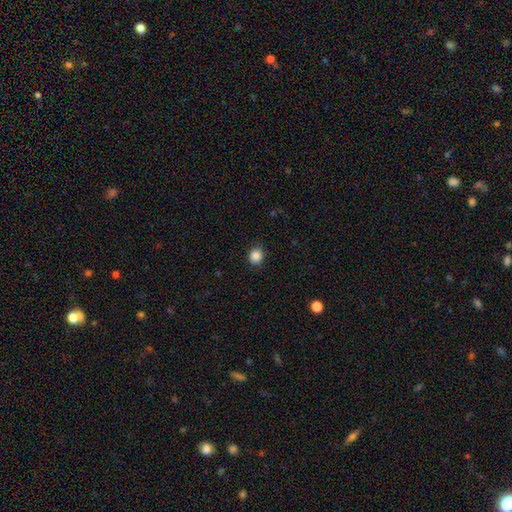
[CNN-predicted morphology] Smooth or featured?
  - smooth: 86% *
  - star or artifact: 10%
  - featured or disk: 3%
How rounded?
  - round: 82% *
  - in between: 17%
  - cigar-shaped: 1%
Merging?
  - none: 89% *
  - minor disturbance: 8%
  - major disturbance: 2%
  - merger: 1%